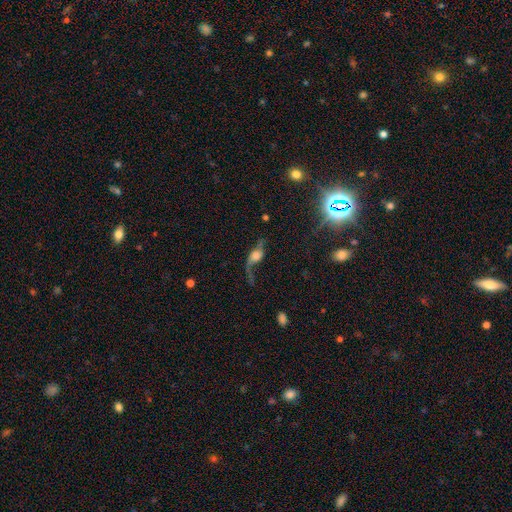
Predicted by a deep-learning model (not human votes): smooth-or-featured: featured or disk: 63% | smooth: 26% | star or artifact: 11%
  disk-edge-on: no: 80% | yes: 20%
    bar: no: 69% | weak: 24% | strong: 7%
    has-spiral-arms: yes: 83% | no: 17%
    bulge-size: large: 33% | moderate: 29% | small: 16% | dominant: 12% | none: 10%
  merging: none: 40% | major disturbance: 36% | minor disturbance: 19% | merger: 5%